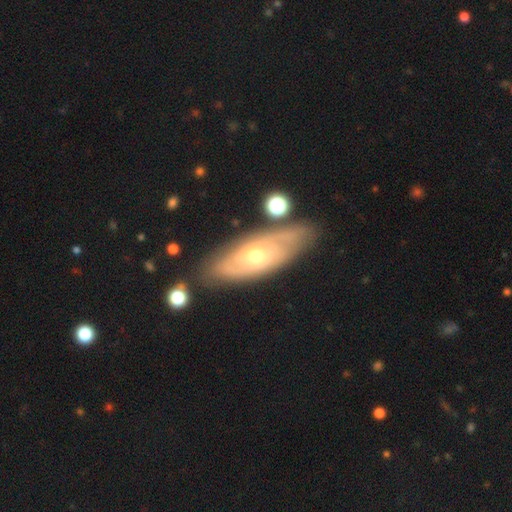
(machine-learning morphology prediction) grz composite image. It shows a featured or disk galaxy (72%) with no bar (68%), spiral arms (78%) and a moderate central bulge (52%). Merging: none (77%).